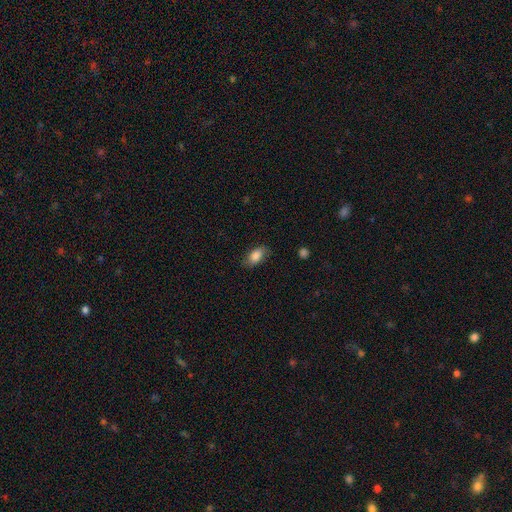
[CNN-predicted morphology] Overall: smooth (85%). How rounded: in between (90%). Merging: none (79%).